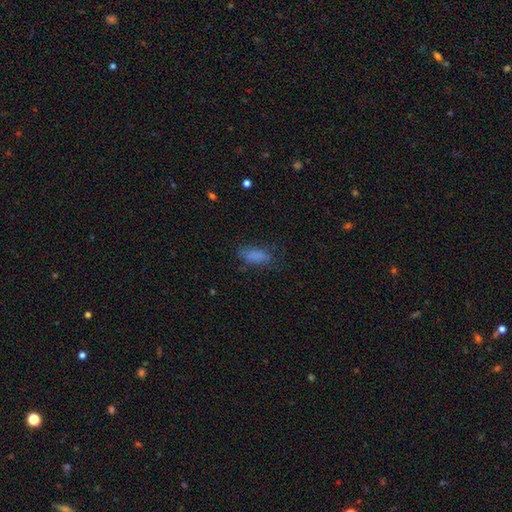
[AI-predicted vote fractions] Smooth or featured: smooth — 79% (star or artifact — 11%)
How rounded: in between — 78% (cigar-shaped — 19%)
Merging: none — 67% (minor disturbance — 21%)